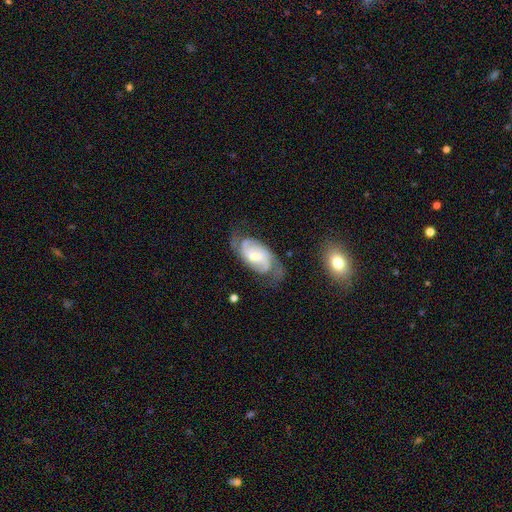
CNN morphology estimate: featured or disk 80%, smooth 14%, star or artifact 6%. Down the decision tree: edge-on disk — no (96%); bar — weak (51%); spiral arms — yes (95%); spiral arm count — 2 (76%); spiral winding — medium (48%); bulge size — small (42%); merging — none (60%).